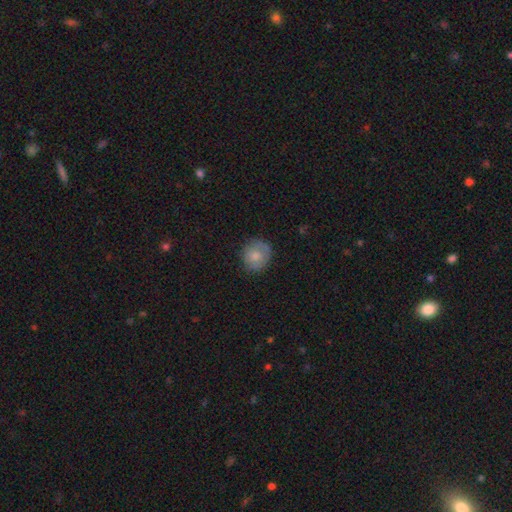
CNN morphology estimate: A smooth galaxy with no disk features (74%) that is round (84%). Merging: none (77%).